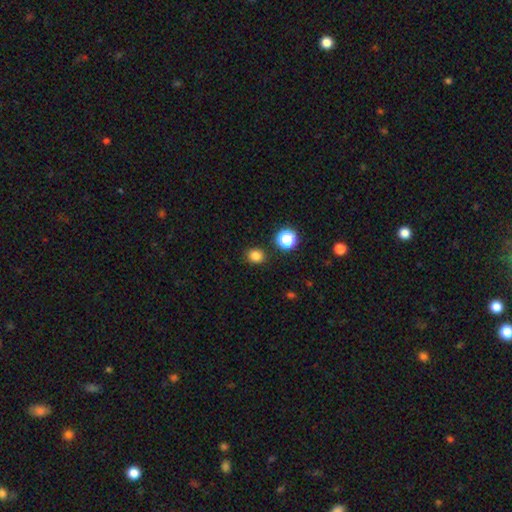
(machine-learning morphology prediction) Smooth or featured: smooth — 82% (star or artifact — 14%)
How rounded: round — 75% (in between — 24%)
Merging: none — 88% (minor disturbance — 7%)